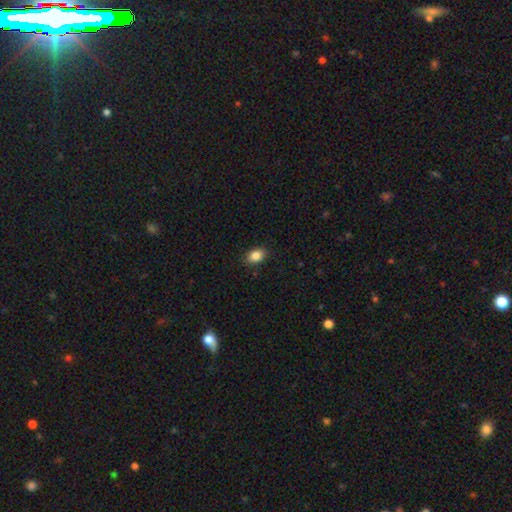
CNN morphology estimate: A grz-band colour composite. It shows a smooth galaxy with no disk features (86%) that is in between round and cigar-shaped (80%). Merging: none (87%).